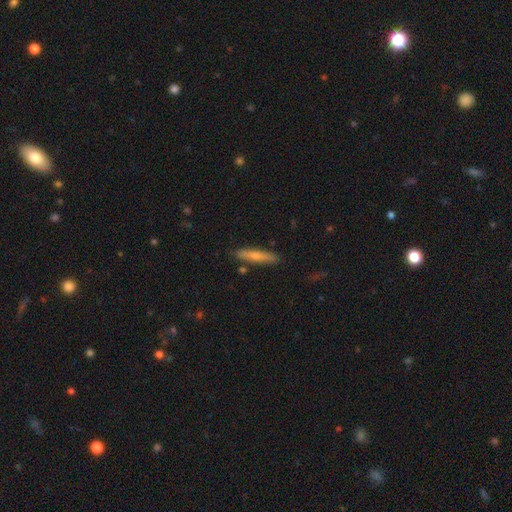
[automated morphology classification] A smooth galaxy with no disk features (63%) that is cigar-shaped (89%). Merging: none (86%).